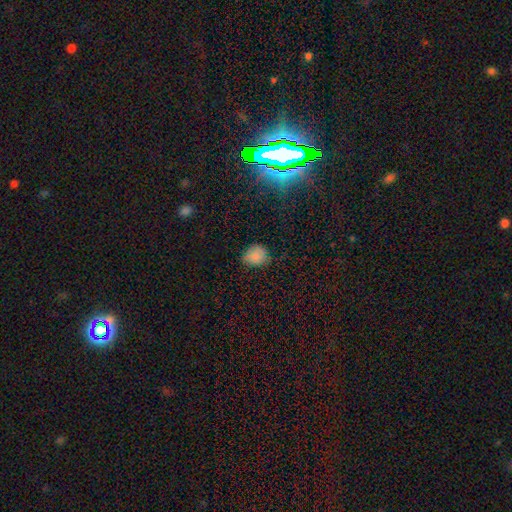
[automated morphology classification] Smooth or featured? smooth (80%)
How rounded? round (64%)
Merging? none (70%)